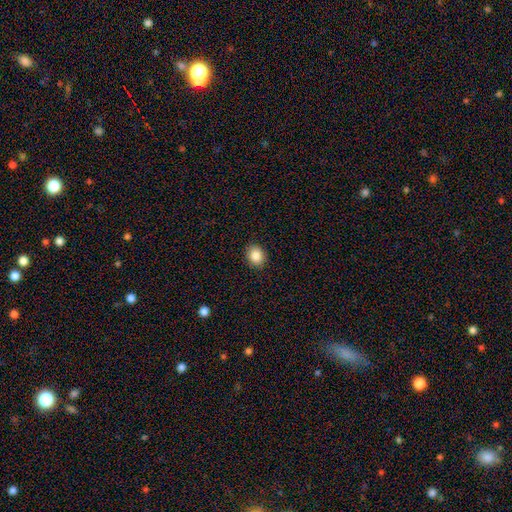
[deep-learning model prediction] This is clearly a smooth galaxy (86%). How rounded: likely round (62%). Merging: clearly none (91%).